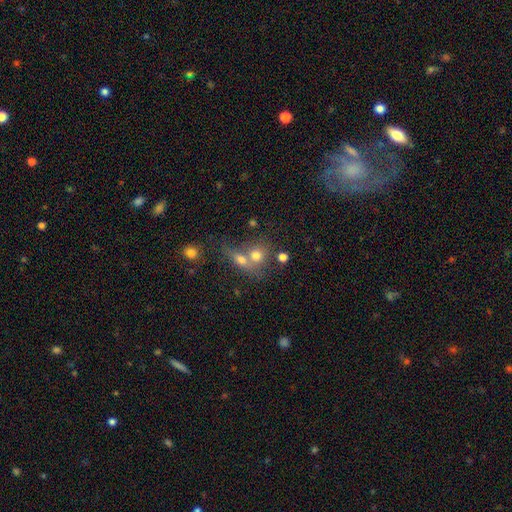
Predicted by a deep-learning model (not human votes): A smooth galaxy with no disk features (70%) that is round (70%).

Vote fractions:
- Smooth or featured? smooth: 70% / featured or disk: 17% / star or artifact: 12%
- How rounded? round: 70% / in between: 27% / cigar-shaped: 3%
- Merging? merger: 54% / none: 34% / minor disturbance: 8% / major disturbance: 5%